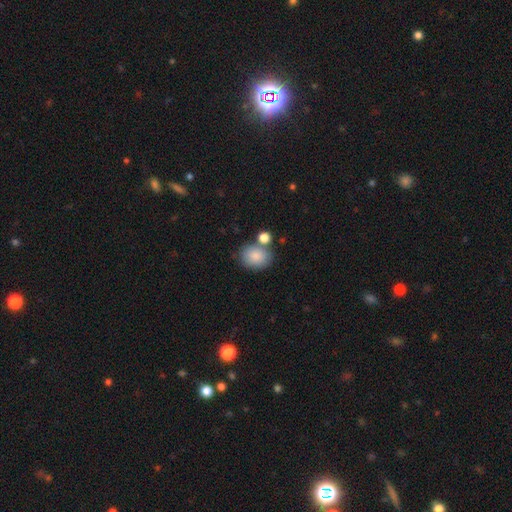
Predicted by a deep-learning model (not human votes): Q: Smooth or featured?
A: smooth (86%); runner-up: star or artifact (8%)
Q: How rounded?
A: in between (60%); runner-up: round (39%)
Q: Merging?
A: none (65%); runner-up: merger (18%)